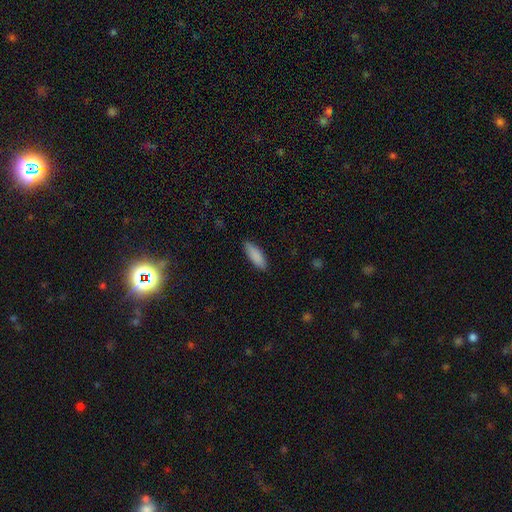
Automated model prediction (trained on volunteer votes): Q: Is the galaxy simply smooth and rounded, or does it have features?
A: smooth — 88%.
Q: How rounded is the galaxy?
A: in between — 60%.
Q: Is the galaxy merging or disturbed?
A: none — 86%.